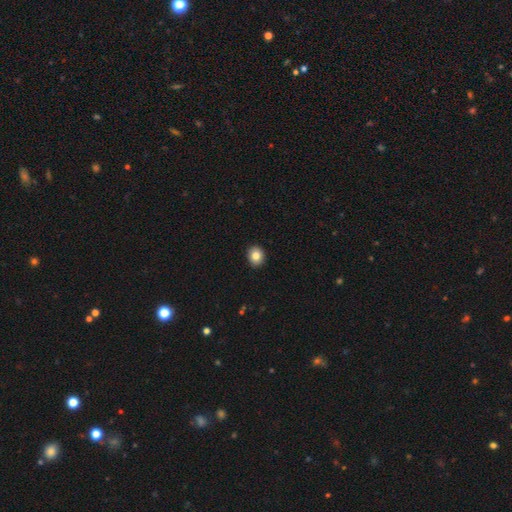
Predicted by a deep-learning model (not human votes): This is clearly a smooth galaxy (83%). How rounded: likely round (70%). Merging: clearly none (91%).